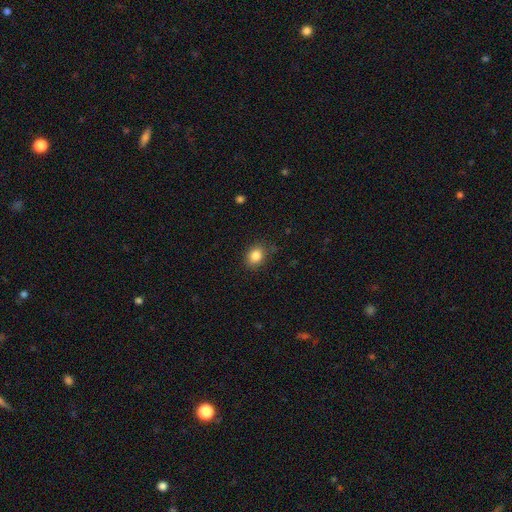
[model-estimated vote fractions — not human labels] smooth_or_featured: smooth (p=0.85) [alt: star or artifact p=0.10]
how_rounded: round (p=0.50) [alt: in between p=0.49]
merging: none (p=0.81) [alt: minor disturbance p=0.14]